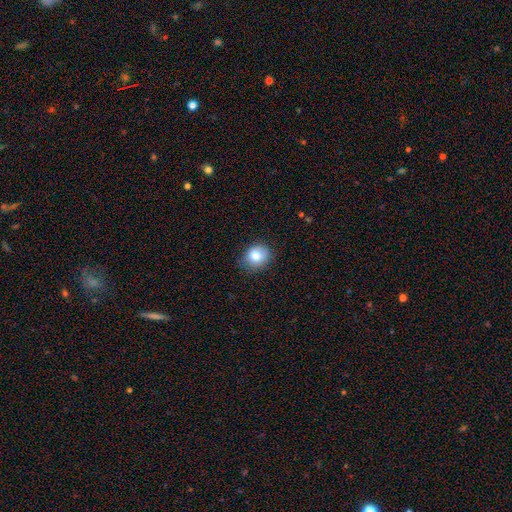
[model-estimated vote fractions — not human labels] The model was most divided on "how rounded": round: 67%, in between: 32%, cigar-shaped: 1%. More confident: smooth or featured — smooth (82%); merging — none (78%).